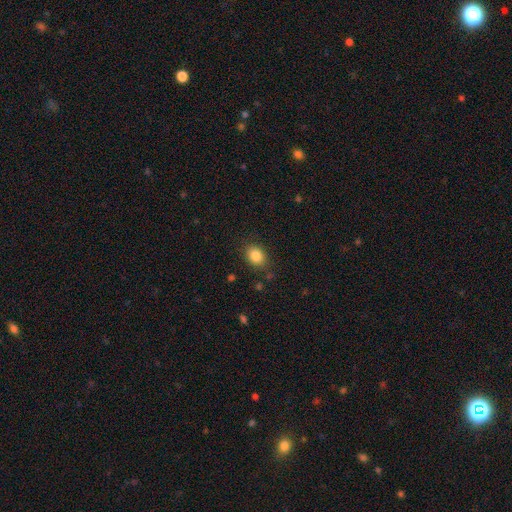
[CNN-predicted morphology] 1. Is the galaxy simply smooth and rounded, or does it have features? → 85% smooth, 10% star or artifact, 6% featured or disk.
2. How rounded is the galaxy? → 58% in between, 41% round, 1% cigar-shaped.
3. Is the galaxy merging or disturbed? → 84% none, 11% minor disturbance, 3% major disturbance, 2% merger.